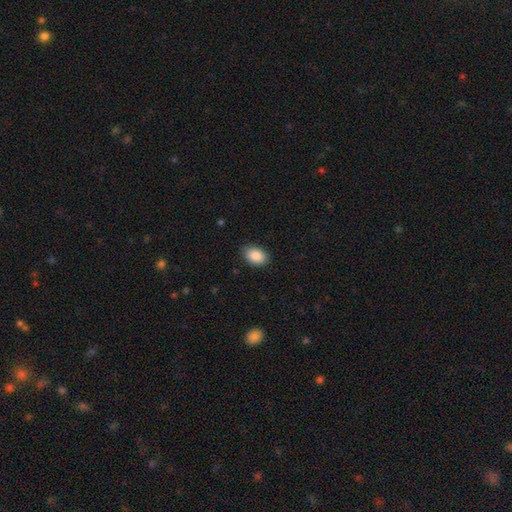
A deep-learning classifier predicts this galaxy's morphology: smooth-or-featured: smooth: 89% | star or artifact: 7% | featured or disk: 4%
  how-rounded: in between: 87% | round: 12% | cigar-shaped: 1%
  merging: none: 87% | minor disturbance: 10% | major disturbance: 2% | merger: 1%